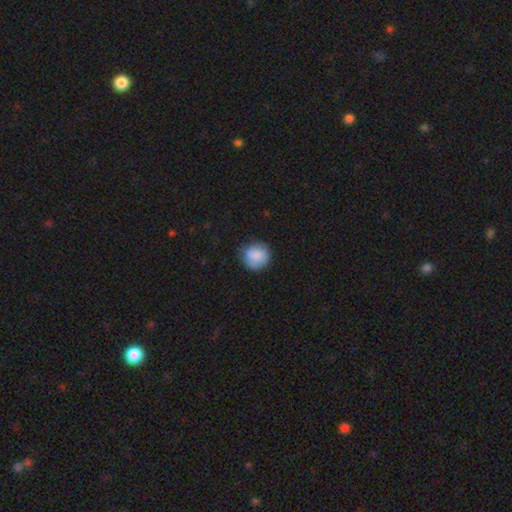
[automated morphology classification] Overall: smooth (85%). How rounded: round (89%). Merging: none (80%).